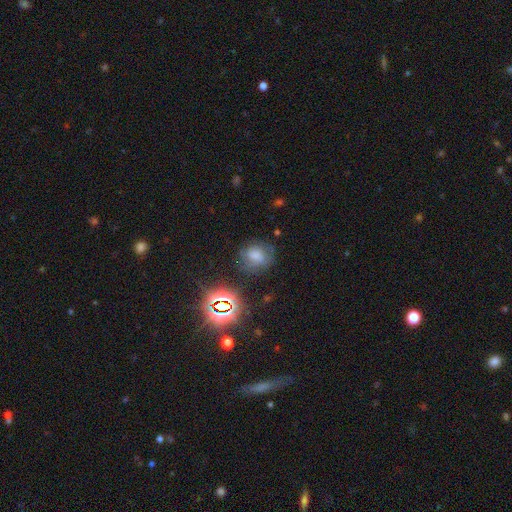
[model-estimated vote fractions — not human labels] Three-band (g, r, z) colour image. It shows a smooth galaxy with no disk features (44%). Merging: none (72%).